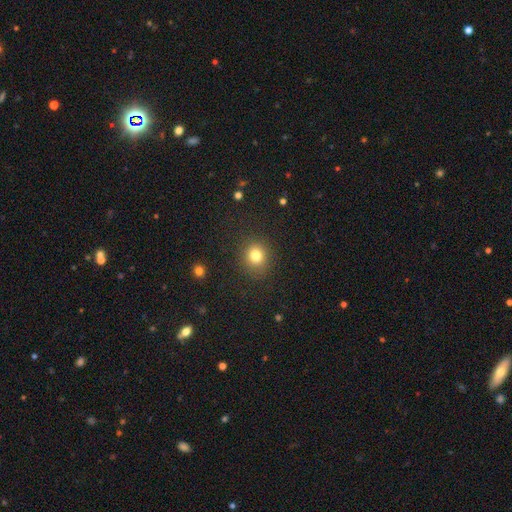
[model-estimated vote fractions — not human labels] Smooth or featured? smooth (80%)
How rounded? round (82%)
Merging? none (87%)